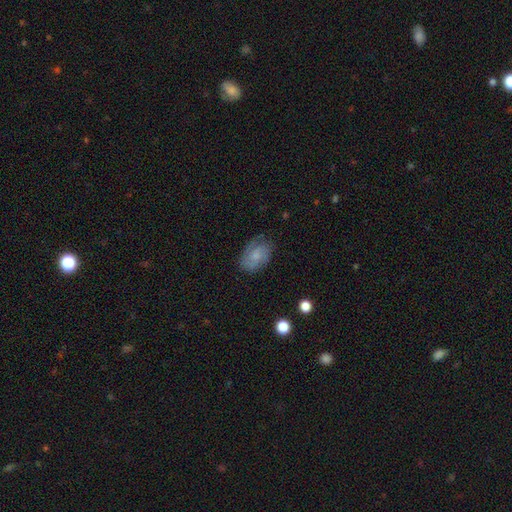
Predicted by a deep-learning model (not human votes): Smooth or featured: smooth — 59% (featured or disk — 33%)
How rounded: in between — 84% (round — 14%)
Merging: none — 70% (minor disturbance — 22%)